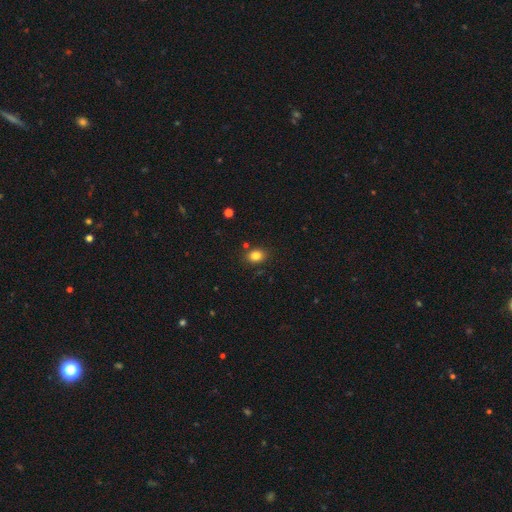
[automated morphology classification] smooth 83%, star or artifact 11%, featured or disk 6%. Down the decision tree: how rounded — in between (53%); merging — none (82%).